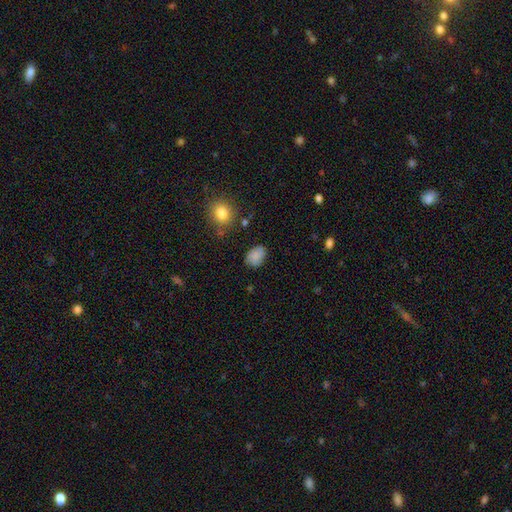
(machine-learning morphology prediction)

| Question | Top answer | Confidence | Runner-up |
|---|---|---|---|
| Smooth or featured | smooth | 85% | star or artifact (9%) |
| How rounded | in between | 78% | round (21%) |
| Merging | none | 72% | minor disturbance (21%) |